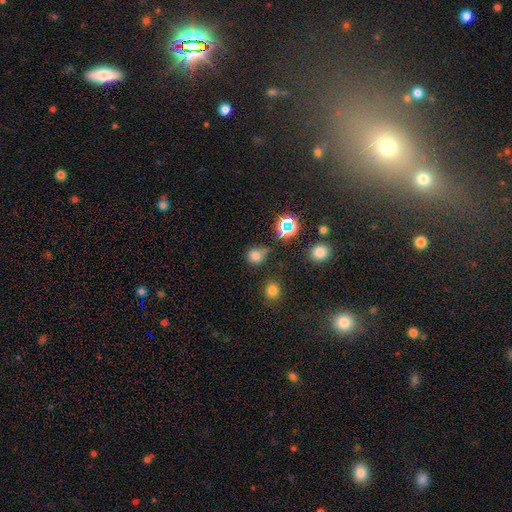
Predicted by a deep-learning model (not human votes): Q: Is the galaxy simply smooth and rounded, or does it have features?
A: smooth — 70%.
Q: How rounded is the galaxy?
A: round — 83%.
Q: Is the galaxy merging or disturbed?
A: none — 61%.